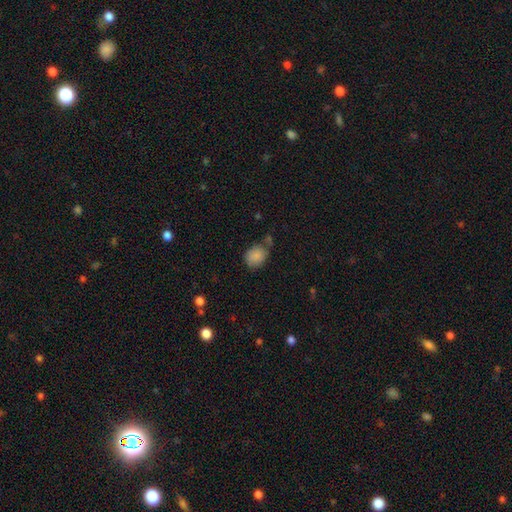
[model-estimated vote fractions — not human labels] A smooth galaxy with no disk features (87%) that is in between round and cigar-shaped (53%). Merging: none (62%).